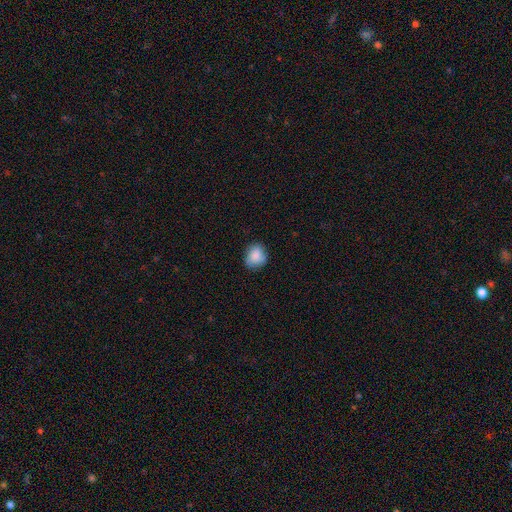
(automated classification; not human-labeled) The model was most divided on "how rounded": round: 65%, in between: 34%, cigar-shaped: 1%. More confident: smooth or featured — smooth (84%); merging — none (75%).